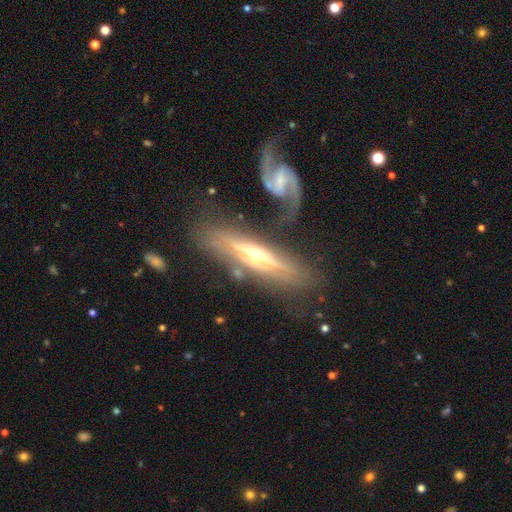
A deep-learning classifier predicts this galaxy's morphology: Q: Smooth or featured?
A: featured or disk (79%); runner-up: smooth (15%)
Q: Edge-on disk?
A: yes (77%); runner-up: no (23%)
Q: Edge-on bulge?
A: rounded (90%); runner-up: none (7%)
Q: Merging?
A: none (62%); runner-up: minor disturbance (17%)